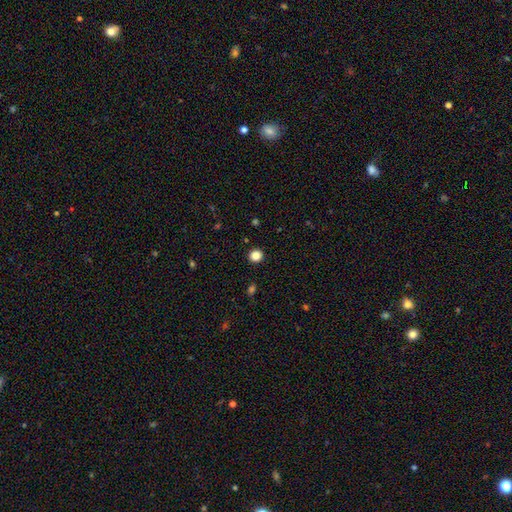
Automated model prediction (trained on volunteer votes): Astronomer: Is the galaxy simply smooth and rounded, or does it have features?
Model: smooth — 86%.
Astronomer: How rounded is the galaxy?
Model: round — 92%.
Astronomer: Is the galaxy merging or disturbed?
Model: none — 93%.